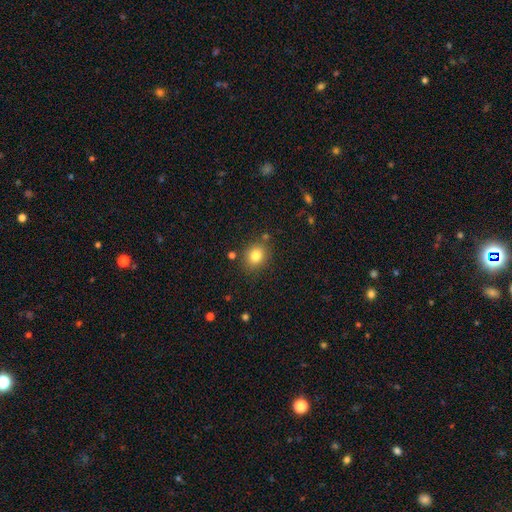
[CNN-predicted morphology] Smooth or featured? smooth (81%)
How rounded? round (66%)
Merging? none (81%)